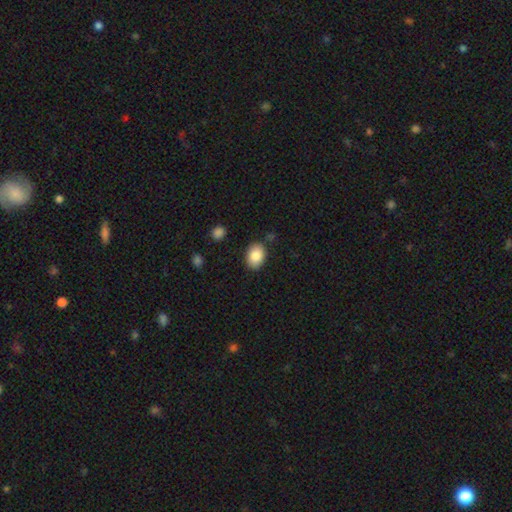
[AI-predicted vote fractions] The model was most divided on "how rounded": in between: 78%, round: 21%, cigar-shaped: 1%. More confident: smooth or featured — smooth (85%); merging — none (83%).